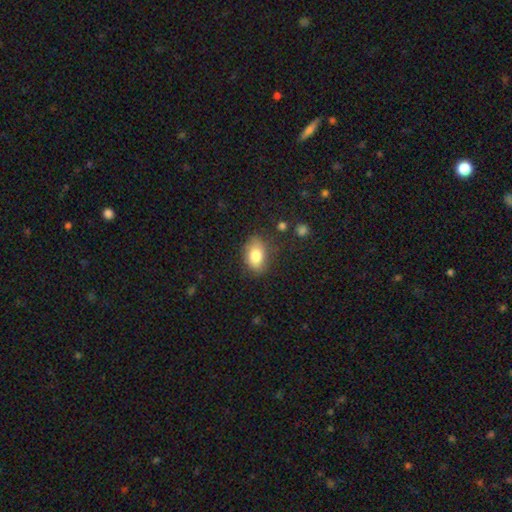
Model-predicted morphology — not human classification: This appears to be a smooth galaxy with no disk features (81%) that is in between round and cigar-shaped (84%). Merging: none (73%).